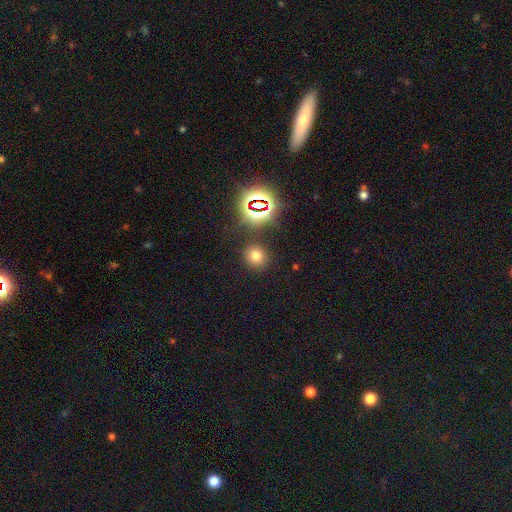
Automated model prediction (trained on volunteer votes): Smooth or featured?
  - smooth: 68% *
  - star or artifact: 24%
  - featured or disk: 8%
How rounded?
  - round: 81% *
  - in between: 17%
  - cigar-shaped: 1%
Merging?
  - none: 85% *
  - minor disturbance: 8%
  - merger: 4%
  - major disturbance: 3%